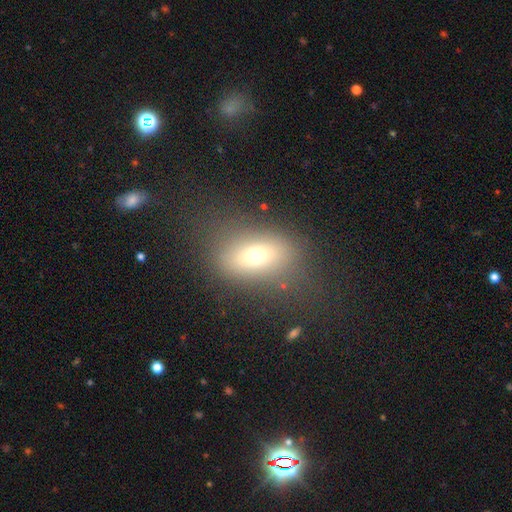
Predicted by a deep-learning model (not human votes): This is likely a smooth galaxy (66%). How rounded: likely in between (75%). Merging: likely none (68%).